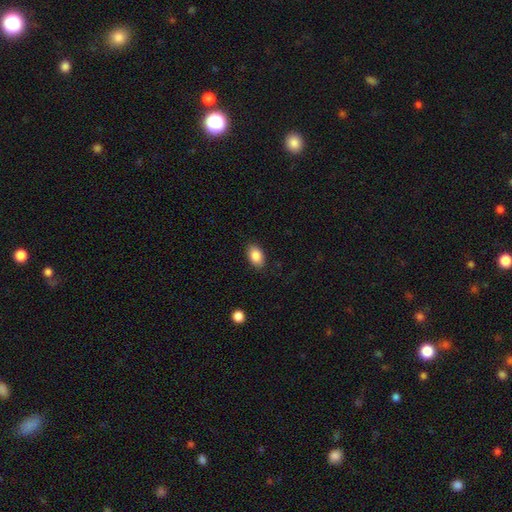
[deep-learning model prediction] Smooth or featured?
  - smooth: 86% *
  - star or artifact: 8%
  - featured or disk: 6%
How rounded?
  - in between: 87% *
  - round: 12%
  - cigar-shaped: 1%
Merging?
  - none: 87% *
  - minor disturbance: 10%
  - major disturbance: 2%
  - merger: 1%